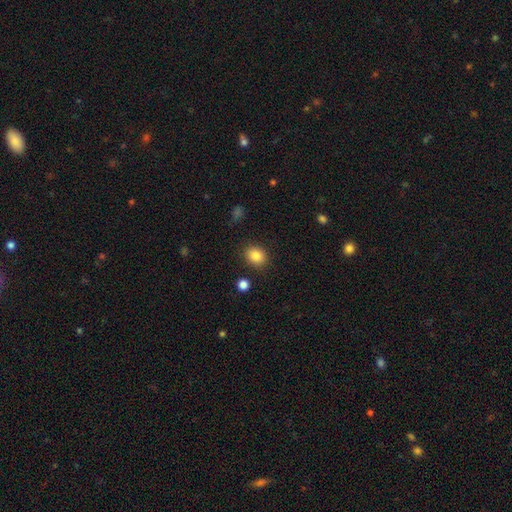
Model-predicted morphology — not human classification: smooth-or-featured: smooth: 85% | star or artifact: 9% | featured or disk: 5%
  how-rounded: round: 54% | in between: 45% | cigar-shaped: 1%
  merging: none: 86% | minor disturbance: 9% | major disturbance: 3% | merger: 2%